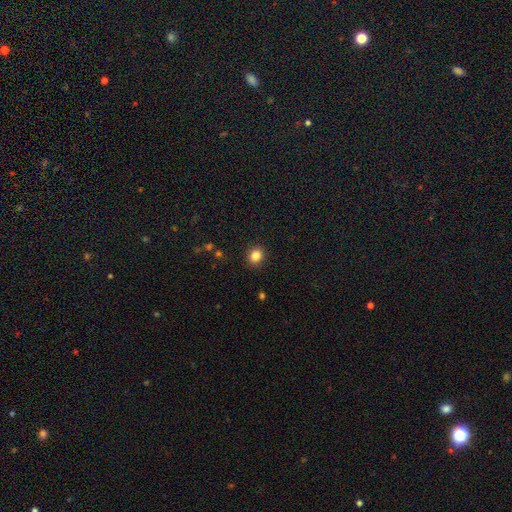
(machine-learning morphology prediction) smooth 84%, star or artifact 11%, featured or disk 5%. Down the decision tree: how rounded — round (74%); merging — none (91%).